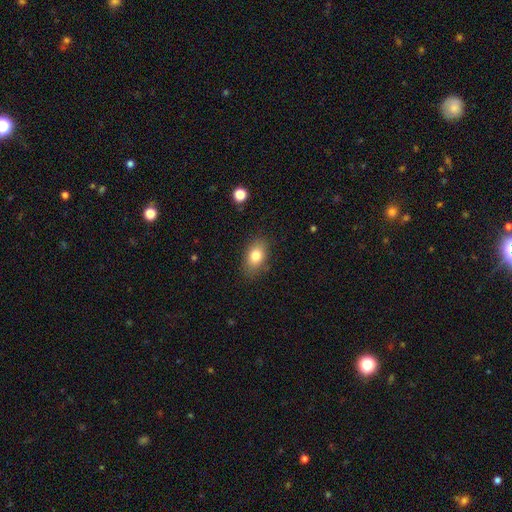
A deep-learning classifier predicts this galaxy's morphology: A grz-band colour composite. It shows a smooth galaxy with no disk features (80%) that is in between round and cigar-shaped (84%). Merging: none (83%).